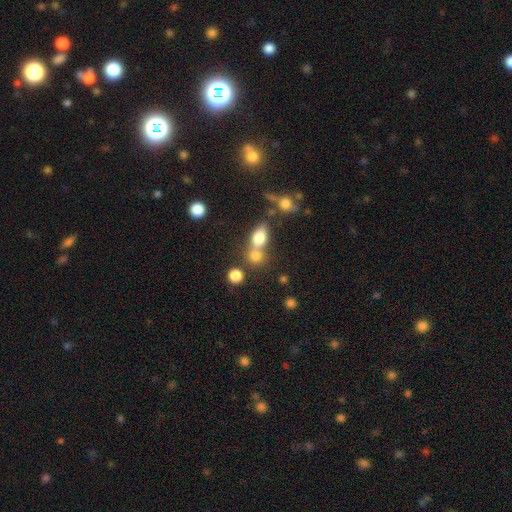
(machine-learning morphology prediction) smooth-or-featured: smooth: 76% | star or artifact: 13% | featured or disk: 11%
  how-rounded: round: 57% | in between: 40% | cigar-shaped: 3%
  merging: merger: 47% | none: 41% | minor disturbance: 8% | major disturbance: 5%